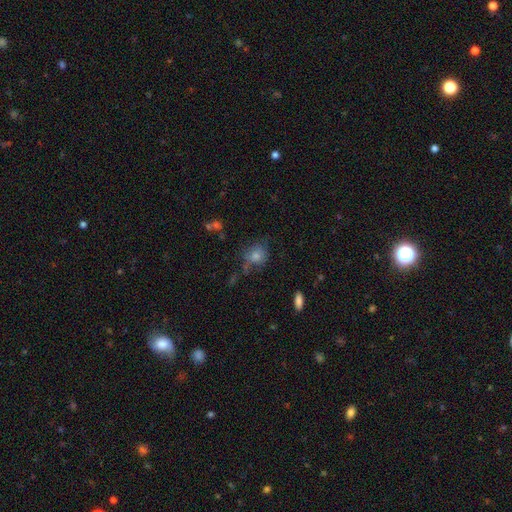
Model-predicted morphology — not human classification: A smooth galaxy with no disk features (63%) that is round (76%). Merging: none (66%).